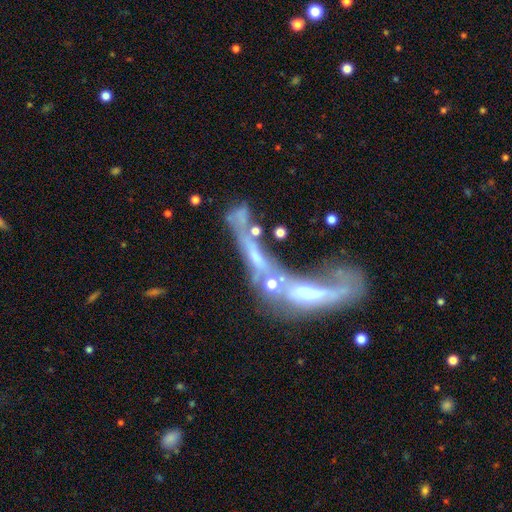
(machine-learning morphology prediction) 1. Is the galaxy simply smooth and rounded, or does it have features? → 58% featured or disk, 28% smooth, 15% star or artifact.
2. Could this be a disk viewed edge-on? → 54% no, 46% yes.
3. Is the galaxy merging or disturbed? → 53% merger, 21% major disturbance, 17% none, 10% minor disturbance.